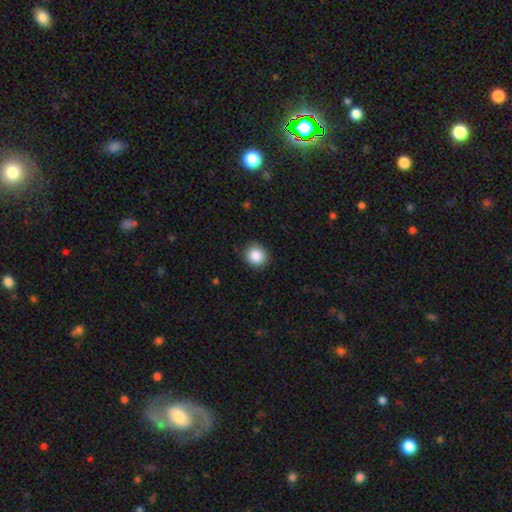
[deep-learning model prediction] The model was most divided on "how rounded": round: 88%, in between: 11%, cigar-shaped: 1%. More confident: merging — none (89%); smooth or featured — smooth (87%).